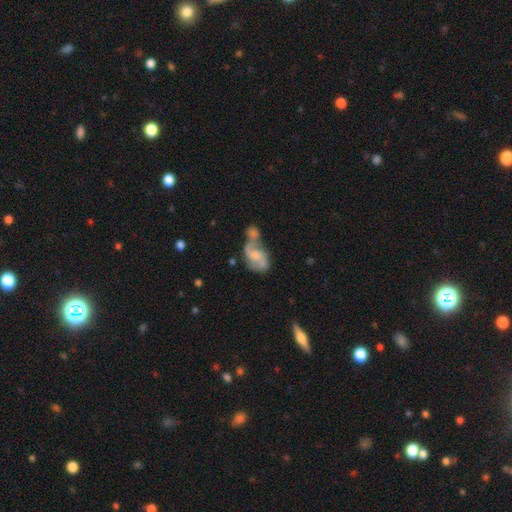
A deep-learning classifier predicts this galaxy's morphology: Smooth or featured: featured or disk — 68% (smooth — 24%)
Edge-on disk: no — 97% (yes — 3%)
Bar: no — 57% (weak — 35%)
Spiral arms: yes — 85% (no — 15%)
Spiral winding: loose — 51% (medium — 38%)
Spiral arm count: 2 — 85% (can't tell — 6%)
Bulge size: small — 39% (moderate — 31%)
Merging: merger — 56% (none — 21%)